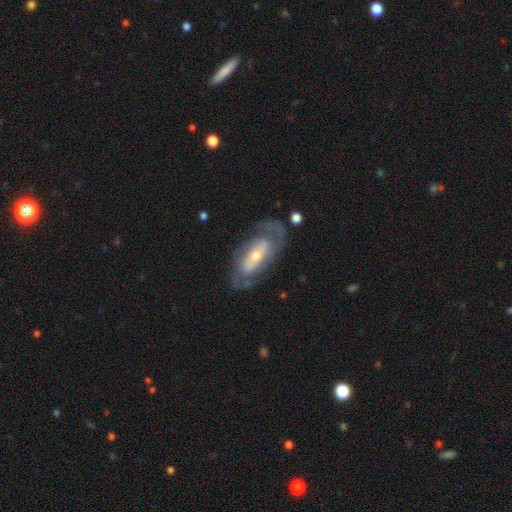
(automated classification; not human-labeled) featured or disk 73%, smooth 22%, star or artifact 6%. Down the decision tree: edge-on disk — no (88%); bar — no (49%); spiral arms — yes (71%); bulge size — moderate (47%); merging — none (66%).